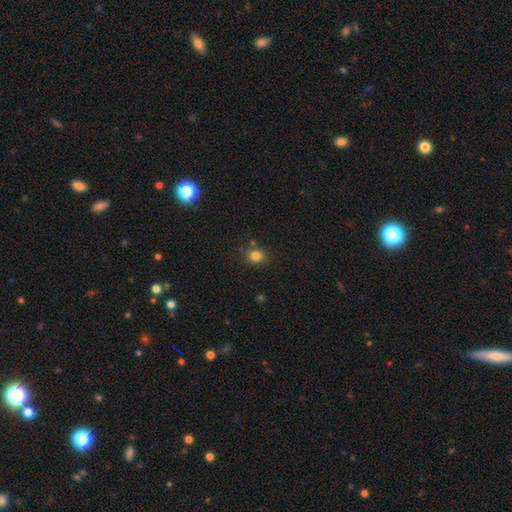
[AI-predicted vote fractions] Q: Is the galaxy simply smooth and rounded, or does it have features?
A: smooth — 81%.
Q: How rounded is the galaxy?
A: round — 65%.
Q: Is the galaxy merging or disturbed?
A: none — 80%.